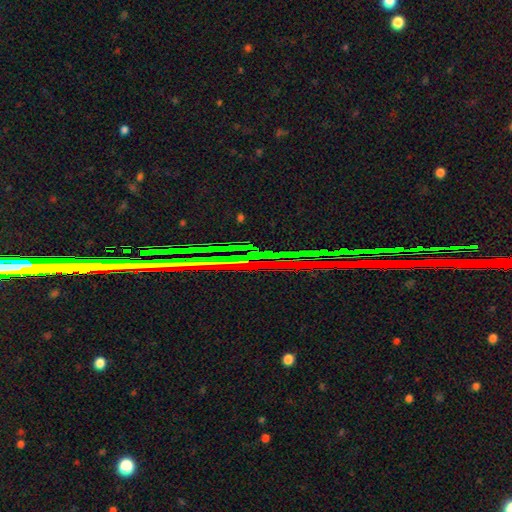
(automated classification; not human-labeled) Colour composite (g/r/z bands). It shows a star or artifact, not a galaxy (82%).